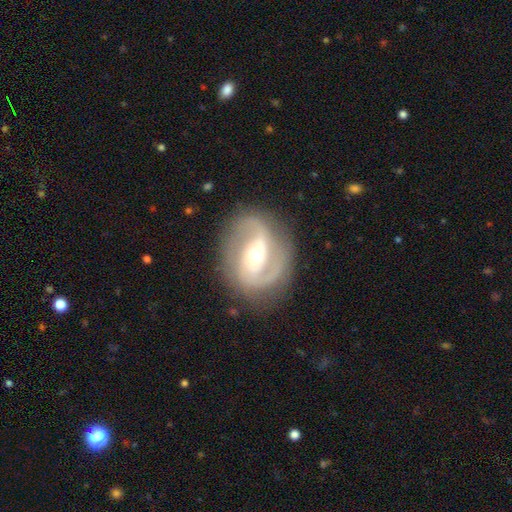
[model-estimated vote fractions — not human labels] This appears to be a featured or disk galaxy (85%) with a weak bar (41%), 2 (85%) medium (49%) spiral arms (92%) and a moderate central bulge (61%). Merging: none (79%).